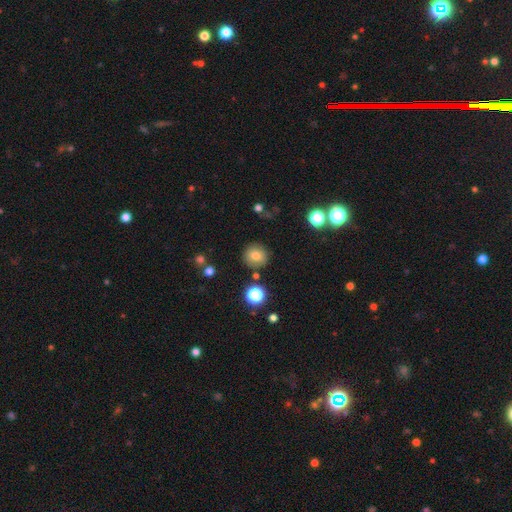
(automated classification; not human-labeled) Smooth or featured?
  - smooth: 76% *
  - star or artifact: 13%
  - featured or disk: 10%
How rounded?
  - round: 90% *
  - in between: 9%
  - cigar-shaped: 1%
Merging?
  - none: 85% *
  - minor disturbance: 8%
  - merger: 3%
  - major disturbance: 3%